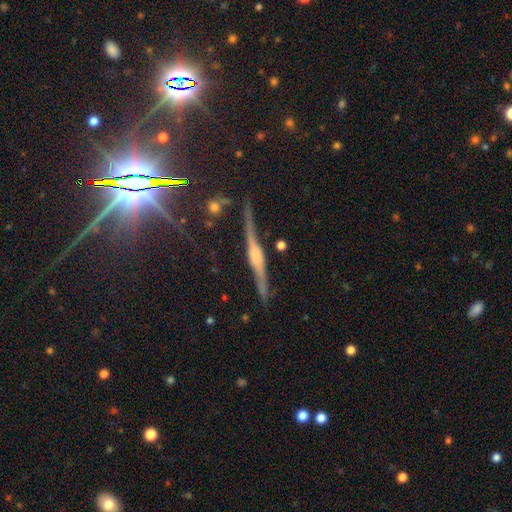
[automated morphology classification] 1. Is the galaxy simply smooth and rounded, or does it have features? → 81% featured or disk, 12% smooth, 7% star or artifact.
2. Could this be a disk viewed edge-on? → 96% yes, 4% no.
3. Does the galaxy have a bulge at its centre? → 66% rounded, 25% boxy, 9% none.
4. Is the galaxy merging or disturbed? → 81% none, 13% minor disturbance, 3% major disturbance, 2% merger.